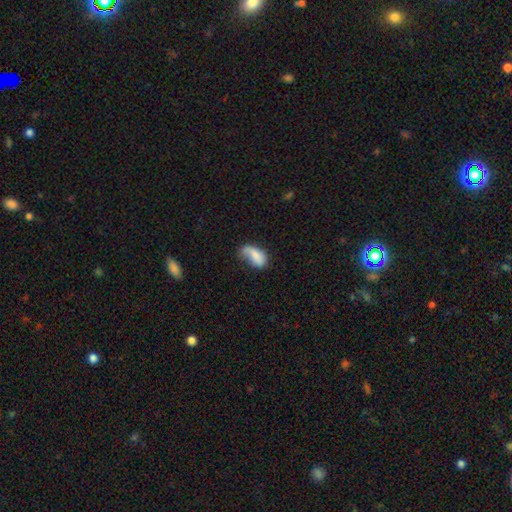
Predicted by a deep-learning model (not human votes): smooth-or-featured: smooth: 70% | featured or disk: 23% | star or artifact: 8%
  how-rounded: in between: 91% | round: 5% | cigar-shaped: 5%
  merging: none: 33% (tied) | minor disturbance: 33% (tied) | major disturbance: 29% | merger: 5%